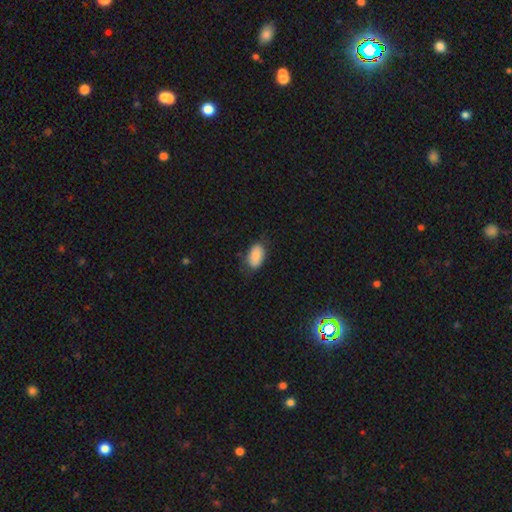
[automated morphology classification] Smooth or featured? Predicted: smooth (p=0.84). How rounded? Predicted: in between (p=0.93). Merging? Predicted: none (p=0.73).